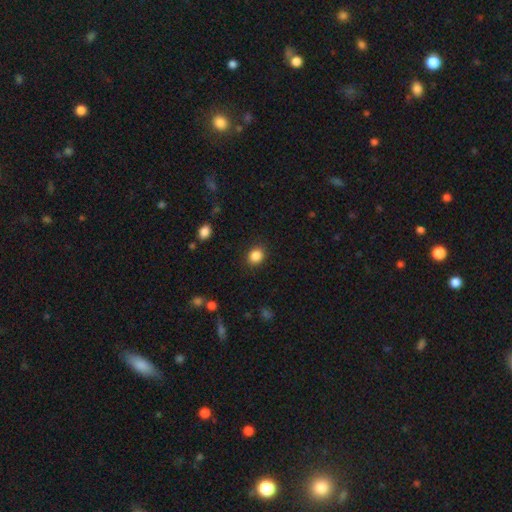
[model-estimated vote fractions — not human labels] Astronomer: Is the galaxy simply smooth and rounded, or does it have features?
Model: smooth — 86%.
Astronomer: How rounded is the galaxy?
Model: round — 63%.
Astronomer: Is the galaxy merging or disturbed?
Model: none — 88%.